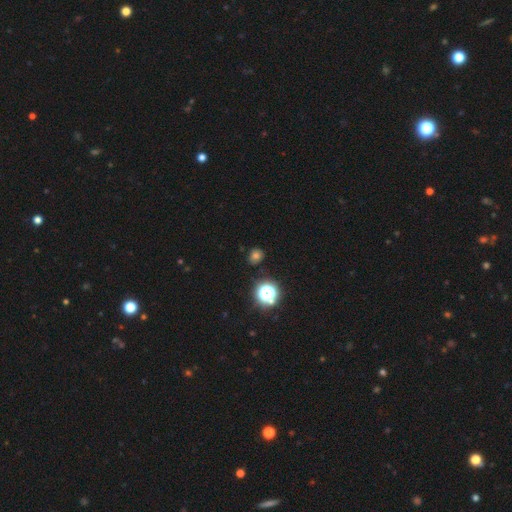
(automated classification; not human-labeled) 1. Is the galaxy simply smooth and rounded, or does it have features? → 67% smooth, 25% star or artifact, 8% featured or disk.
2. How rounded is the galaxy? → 70% round, 29% in between, 1% cigar-shaped.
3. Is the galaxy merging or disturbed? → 83% none, 12% minor disturbance, 3% major disturbance, 2% merger.